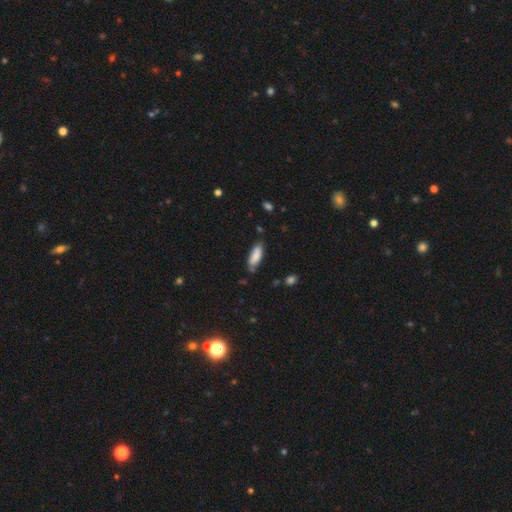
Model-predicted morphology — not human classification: smooth-or-featured: smooth: 83% | featured or disk: 10% | star or artifact: 6%
  how-rounded: in between: 62% | cigar-shaped: 36% | round: 2%
  merging: none: 74% | minor disturbance: 20% | major disturbance: 4% | merger: 3%